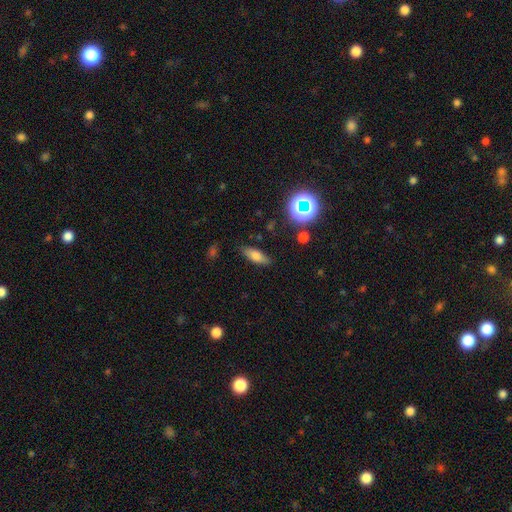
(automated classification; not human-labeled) smooth-or-featured: smooth: 70% | featured or disk: 18% | star or artifact: 12%
  how-rounded: in between: 61% | cigar-shaped: 35% | round: 4%
  merging: none: 83% | minor disturbance: 12% | major disturbance: 3% | merger: 2%